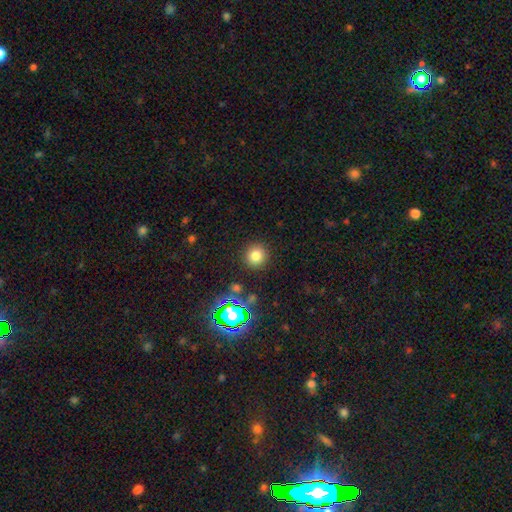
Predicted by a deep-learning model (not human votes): The model was most divided on "smooth or featured": smooth: 76%, star or artifact: 17%, featured or disk: 7%. More confident: how rounded — round (94%); merging — none (90%).